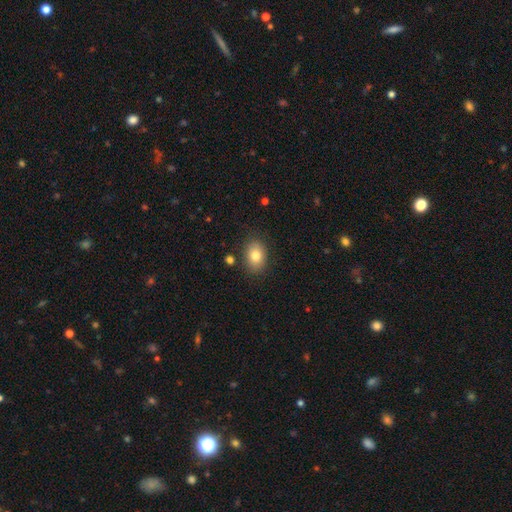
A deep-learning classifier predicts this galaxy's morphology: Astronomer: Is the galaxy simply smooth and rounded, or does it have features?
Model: smooth — 81%.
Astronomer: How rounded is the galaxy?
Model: in between — 75%.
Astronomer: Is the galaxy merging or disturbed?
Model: none — 84%.